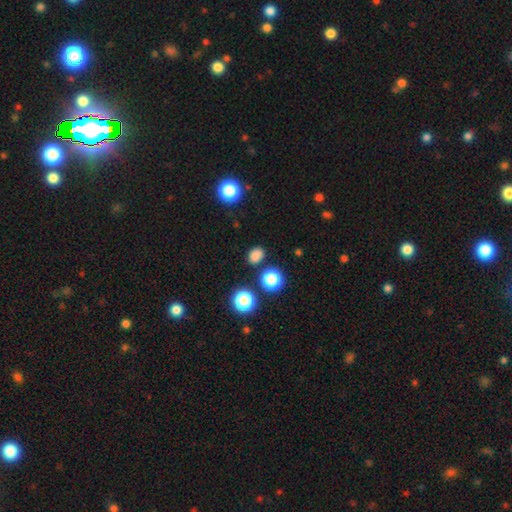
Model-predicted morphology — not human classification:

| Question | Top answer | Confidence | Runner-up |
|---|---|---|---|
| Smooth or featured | smooth | 80% | star or artifact (16%) |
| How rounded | round | 53% | in between (46%) |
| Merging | none | 83% | minor disturbance (9%) |